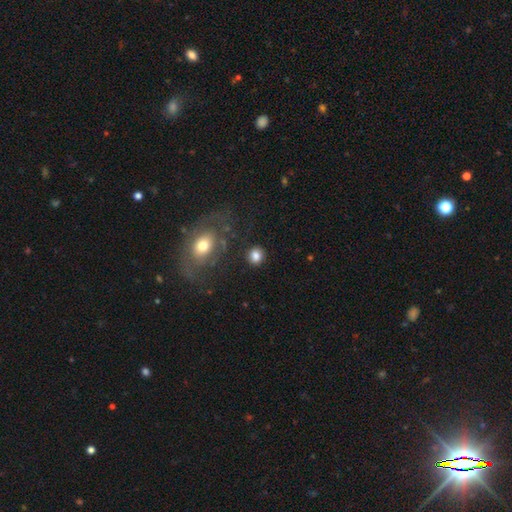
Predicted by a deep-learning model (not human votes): Morphology: type=smooth (84%); roundness=round (83%); merging=none (86%).